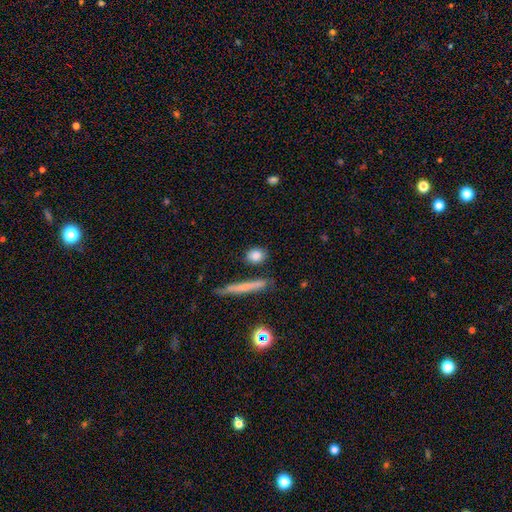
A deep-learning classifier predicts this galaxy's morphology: type=smooth (83%); roundness=round (56%); merging=none (81%).